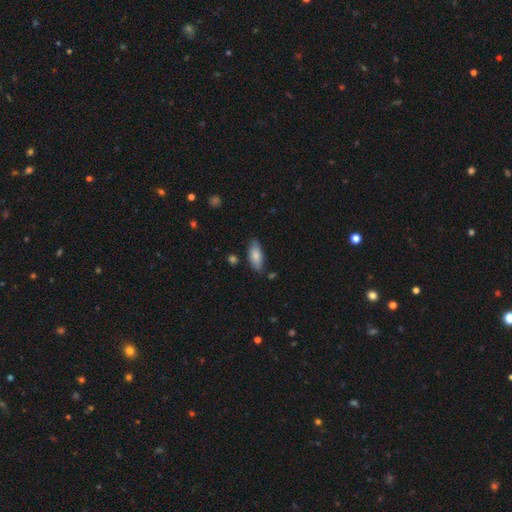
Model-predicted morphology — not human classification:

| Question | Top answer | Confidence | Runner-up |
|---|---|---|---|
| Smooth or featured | smooth | 79% | featured or disk (15%) |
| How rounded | in between | 85% | cigar-shaped (13%) |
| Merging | none | 77% | minor disturbance (18%) |